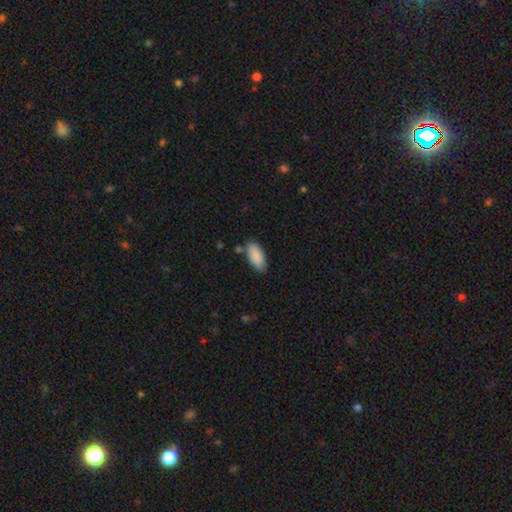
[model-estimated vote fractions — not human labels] Smooth or featured? Predicted: smooth (p=0.89). How rounded? Predicted: in between (p=0.88). Merging? Predicted: none (p=0.77).